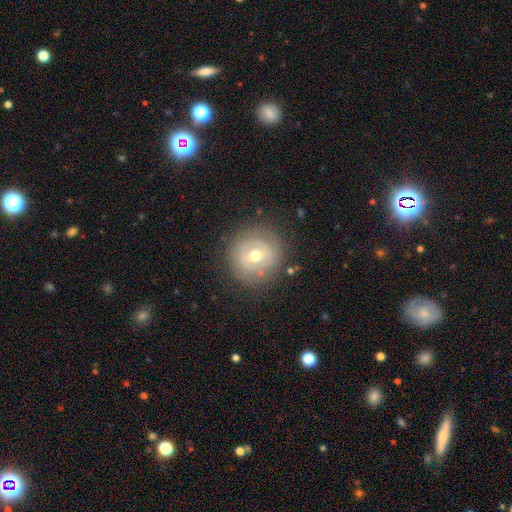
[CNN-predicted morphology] This is marginally a featured or disk galaxy (43%). Merging: clearly none (84%).